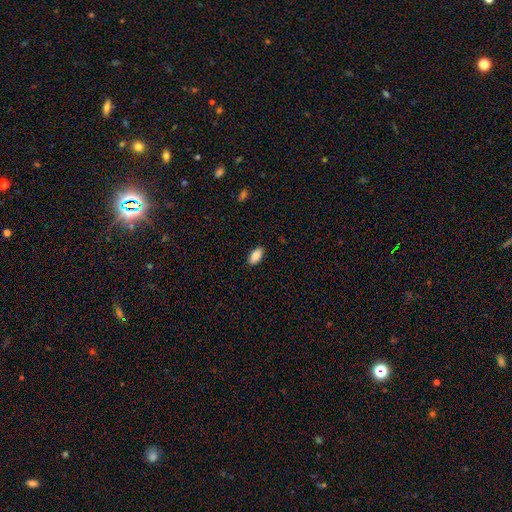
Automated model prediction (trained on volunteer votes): The model was most divided on "merging": none: 88%, minor disturbance: 9%, major disturbance: 2%, merger: 1%. More confident: how rounded — in between (93%); smooth or featured — smooth (89%).